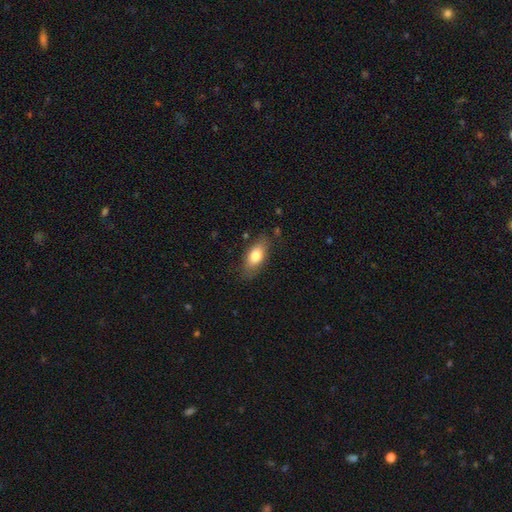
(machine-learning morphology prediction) Smooth or featured: smooth — 77% (featured or disk — 17%)
How rounded: in between — 85% (cigar-shaped — 11%)
Merging: none — 80% (minor disturbance — 15%)